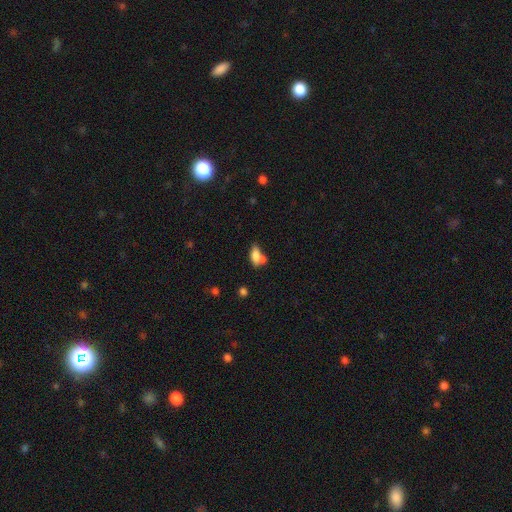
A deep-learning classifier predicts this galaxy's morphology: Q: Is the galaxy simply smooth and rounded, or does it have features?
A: smooth — 74%.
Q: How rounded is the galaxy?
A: in between — 83%.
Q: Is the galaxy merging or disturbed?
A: merger — 43%.